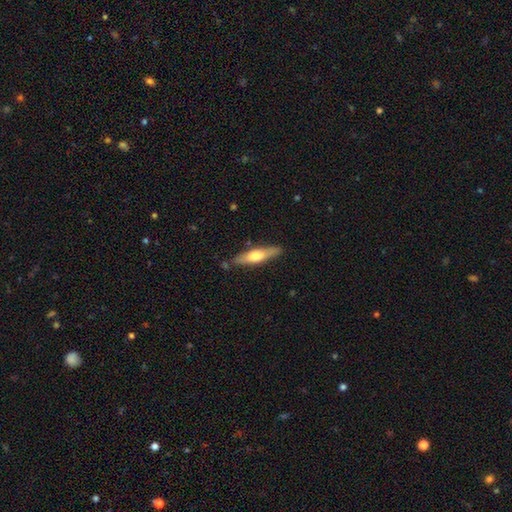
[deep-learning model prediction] This appears to be a featured or disk galaxy (49%). Merging: none (83%).